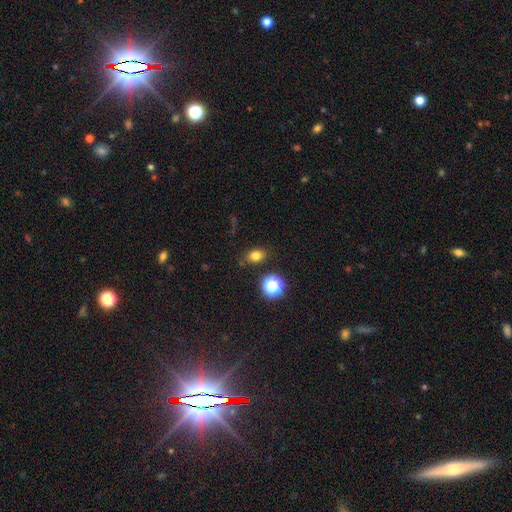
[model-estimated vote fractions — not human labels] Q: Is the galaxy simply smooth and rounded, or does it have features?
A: smooth — 78%.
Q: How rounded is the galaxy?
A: in between — 63%.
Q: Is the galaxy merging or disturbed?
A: none — 82%.